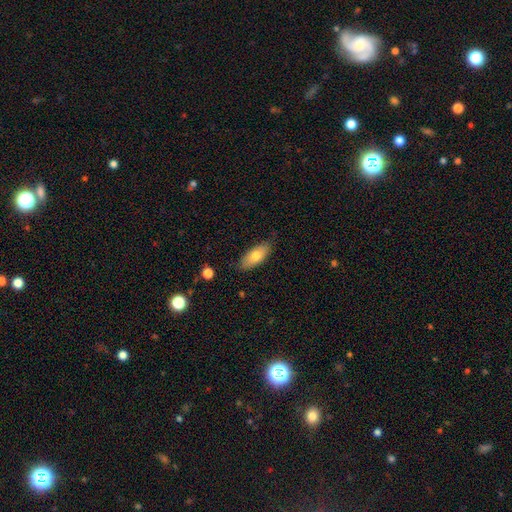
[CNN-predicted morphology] This is likely a smooth galaxy (75%). How rounded: clearly in between (83%). Merging: likely none (80%).